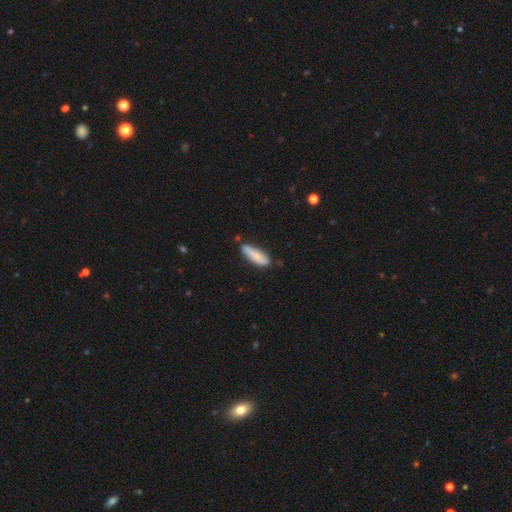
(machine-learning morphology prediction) Smooth or featured: smooth — 82% (featured or disk — 12%)
How rounded: cigar-shaped — 56% (in between — 43%)
Merging: none — 73% (minor disturbance — 20%)